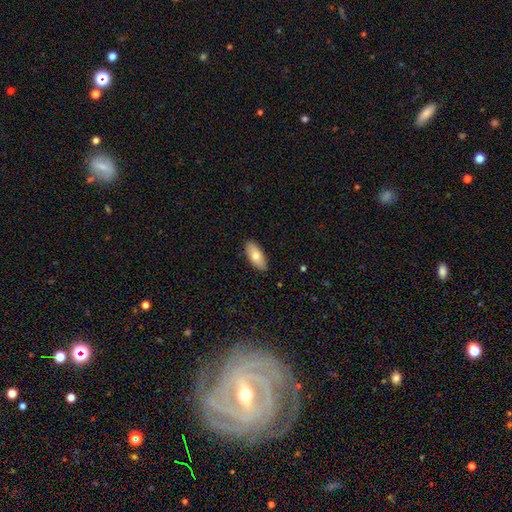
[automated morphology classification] type=smooth (76%); roundness=in between (85%); merging=none (89%).